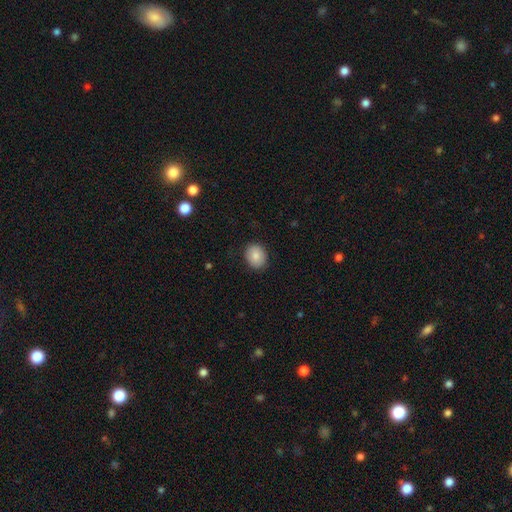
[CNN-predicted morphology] smooth-or-featured: smooth: 85% | star or artifact: 8% | featured or disk: 7%
  how-rounded: round: 55% | in between: 44% | cigar-shaped: 1%
  merging: none: 88% | minor disturbance: 9% | major disturbance: 2% | merger: 1%